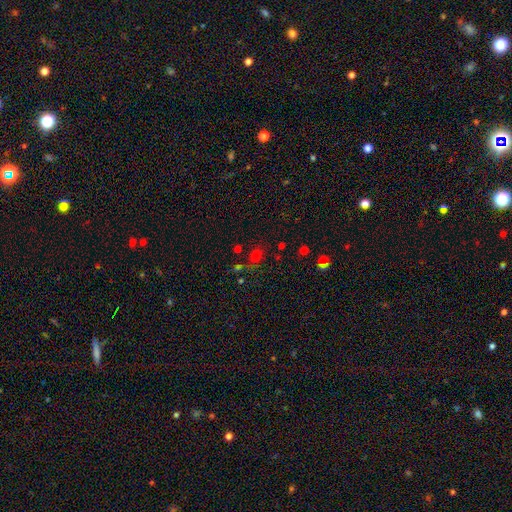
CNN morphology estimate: This is possibly a smooth galaxy (57%). How rounded: likely round (68%). Merging: likely none (63%).